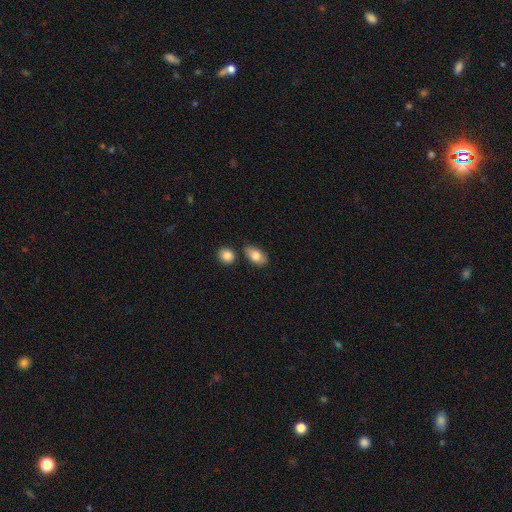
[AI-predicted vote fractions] Q: Smooth or featured?
A: smooth (82%); runner-up: featured or disk (11%)
Q: How rounded?
A: in between (89%); runner-up: round (9%)
Q: Merging?
A: none (72%); runner-up: minor disturbance (15%)